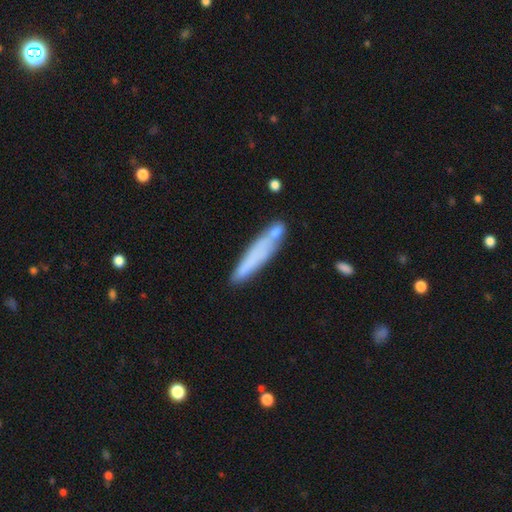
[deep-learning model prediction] smooth 67%, featured or disk 25%, star or artifact 8%. Down the decision tree: how rounded — cigar-shaped (90%); merging — none (70%).